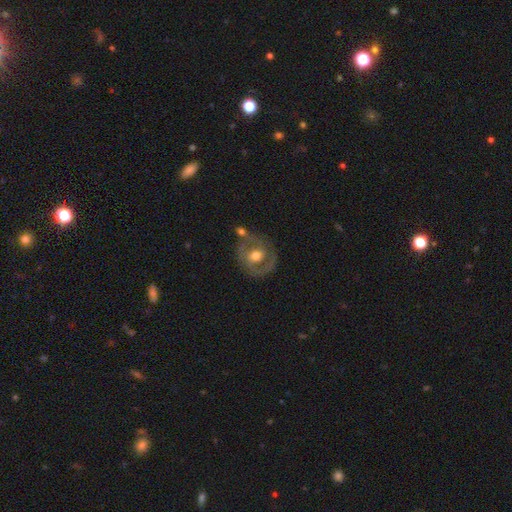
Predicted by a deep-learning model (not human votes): This is likely a featured or disk galaxy (73%). It is clearly not viewed edge-on (97%). Bar: possibly no (57%). Spiral arm pattern: likely yes (75%). Spiral arm count: likely 2 (69%). Spiral winding: possibly tight (47%). Central bulge: likely moderate (76%). Merging: likely none (65%).